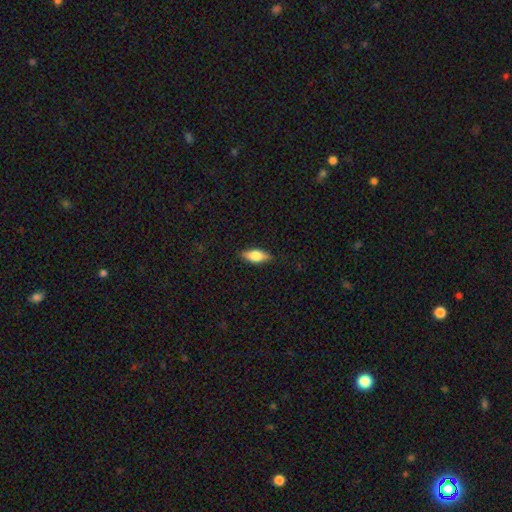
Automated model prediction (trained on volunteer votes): A smooth galaxy with no disk features (70%) that is in between round and cigar-shaped (78%).

Vote fractions:
- Smooth or featured? smooth: 70% / featured or disk: 23% / star or artifact: 7%
- How rounded? in between: 78% / cigar-shaped: 19% / round: 3%
- Merging? none: 85% / minor disturbance: 12% / major disturbance: 2% / merger: 1%